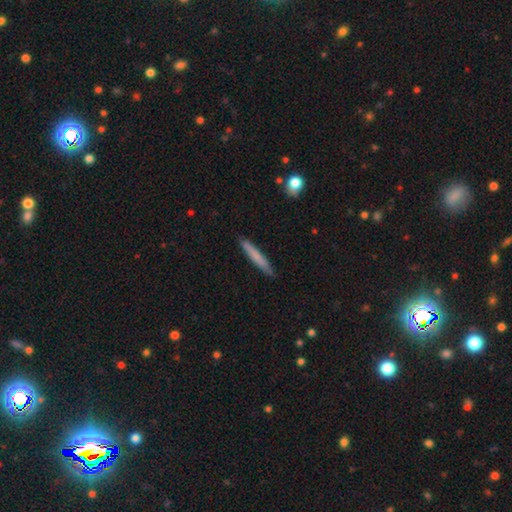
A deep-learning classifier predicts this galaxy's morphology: Q: Smooth or featured?
A: smooth (72%); runner-up: featured or disk (22%)
Q: How rounded?
A: cigar-shaped (95%); runner-up: in between (3%)
Q: Merging?
A: none (87%); runner-up: minor disturbance (10%)